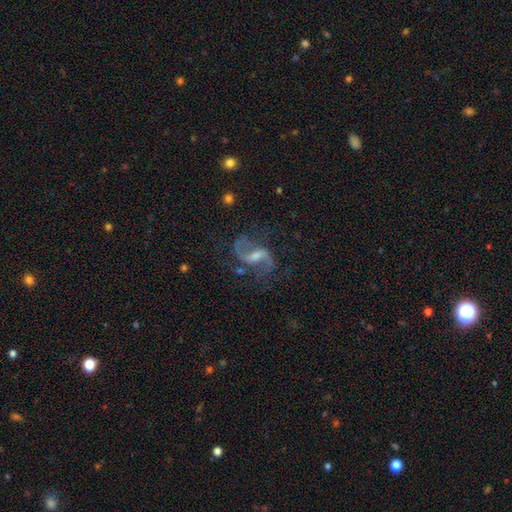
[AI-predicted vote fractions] Smooth or featured? featured or disk (87%)
Edge-on disk? no (97%)
Bar? weak (50%)
Spiral arms? yes (96%)
Spiral winding? loose (56%)
Spiral arm count? 2 (92%)
Bulge size? small (44%)
Merging? none (70%)